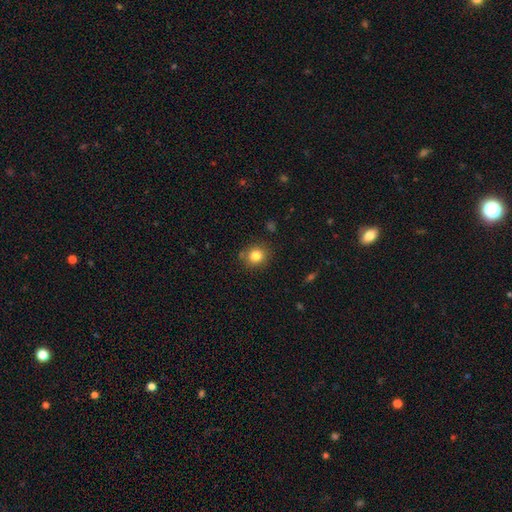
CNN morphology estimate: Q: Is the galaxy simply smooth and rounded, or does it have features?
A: smooth — 83%.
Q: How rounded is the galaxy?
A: round — 82%.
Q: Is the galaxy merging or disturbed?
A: none — 82%.